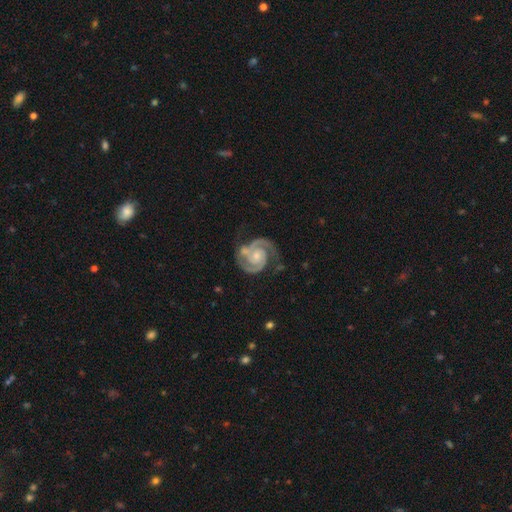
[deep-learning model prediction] Overall: featured or disk (92%). Edge-on disk: no (98%). Bar: no (68%). Spiral arms: yes (98%). Spiral arm count: 2 (89%). Spiral winding: tight (56%; medium 39%). Bulge size: small (52%; moderate 34%). Merging: none (67%).